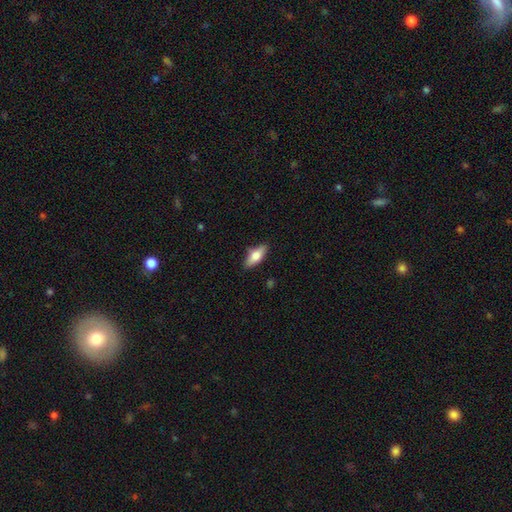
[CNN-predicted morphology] A smooth galaxy with no disk features (67%) that is in between round and cigar-shaped (73%).

Vote fractions:
- Smooth or featured? smooth: 67% / featured or disk: 26% / star or artifact: 7%
- How rounded? in between: 73% / cigar-shaped: 24% / round: 3%
- Merging? none: 84% / minor disturbance: 12% / major disturbance: 2% / merger: 2%